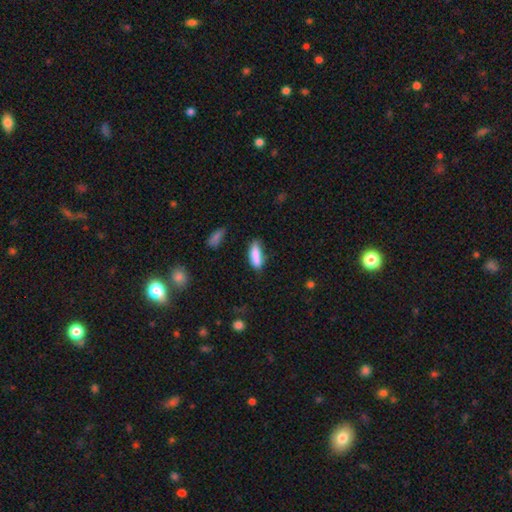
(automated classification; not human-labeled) smooth_or_featured: smooth (p=0.82) [alt: featured or disk p=0.10]
how_rounded: in between (p=0.60) [alt: cigar-shaped p=0.38]
merging: none (p=0.55) [alt: minor disturbance p=0.26]